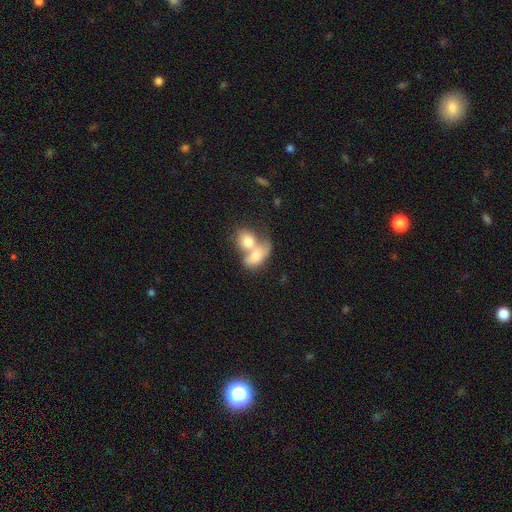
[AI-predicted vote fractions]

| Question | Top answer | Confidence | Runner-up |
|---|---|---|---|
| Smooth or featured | smooth | 69% | featured or disk (25%) |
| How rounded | in between | 77% | round (19%) |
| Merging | merger | 79% | none (11%) |